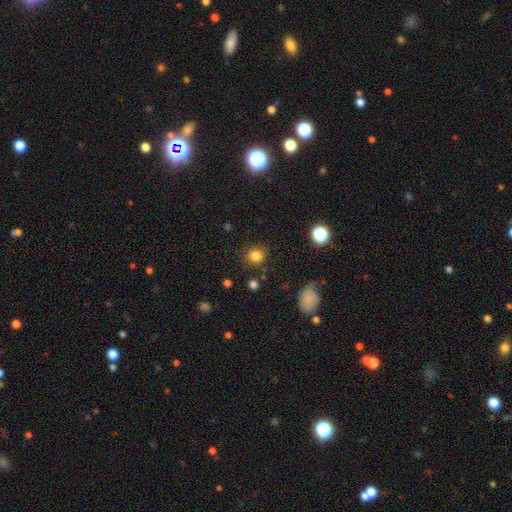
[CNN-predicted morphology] smooth 82%, star or artifact 13%, featured or disk 5%. Down the decision tree: how rounded — round (86%); merging — none (86%).